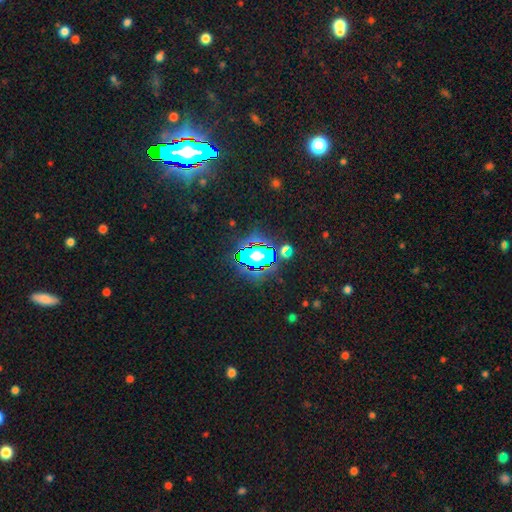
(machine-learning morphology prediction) Overall: star or artifact (57%; smooth 30%).